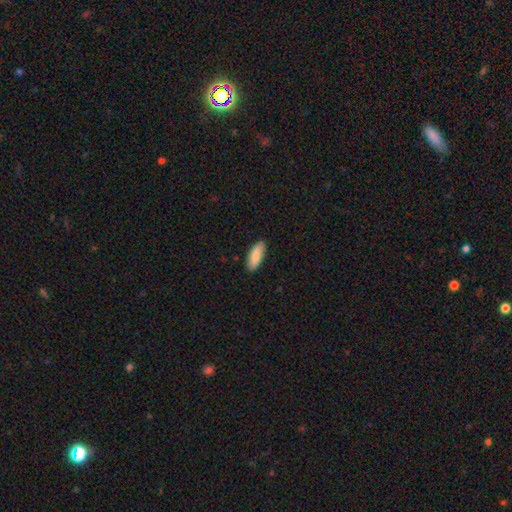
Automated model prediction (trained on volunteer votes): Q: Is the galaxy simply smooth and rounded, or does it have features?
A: smooth — 84%.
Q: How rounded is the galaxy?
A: in between — 70%.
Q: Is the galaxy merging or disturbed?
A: none — 87%.